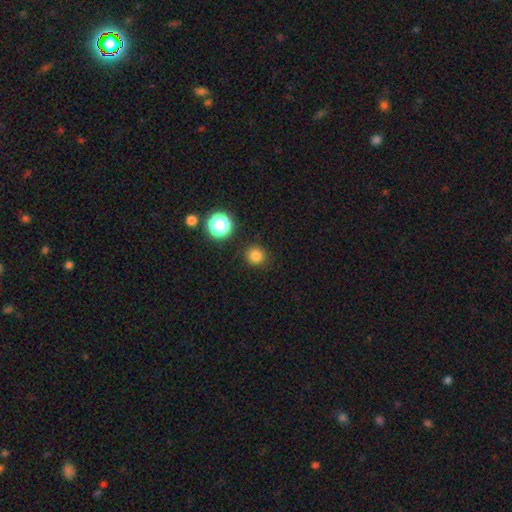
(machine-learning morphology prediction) smooth_or_featured: smooth (p=0.80) [alt: star or artifact p=0.15]
how_rounded: round (p=0.92) [alt: in between p=0.07]
merging: none (p=0.90) [alt: minor disturbance p=0.06]